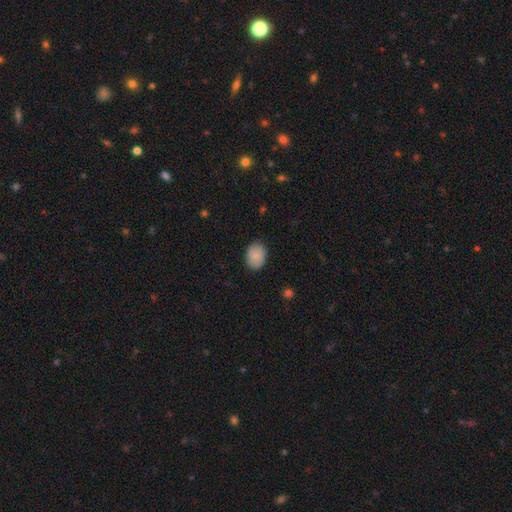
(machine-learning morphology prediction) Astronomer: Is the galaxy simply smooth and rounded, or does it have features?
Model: smooth — 86%.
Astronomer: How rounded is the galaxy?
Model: in between — 74%.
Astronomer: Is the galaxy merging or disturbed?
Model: none — 86%.